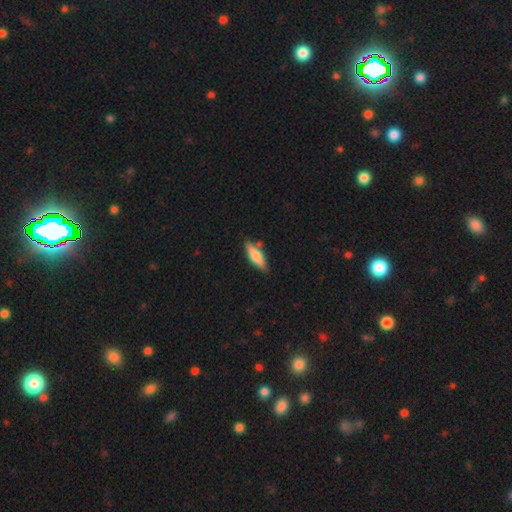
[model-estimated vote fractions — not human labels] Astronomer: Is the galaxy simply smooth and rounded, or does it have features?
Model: smooth — 71%.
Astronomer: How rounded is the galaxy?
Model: cigar-shaped — 57% (runner-up: in between, 41%).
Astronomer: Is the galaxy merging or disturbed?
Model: none — 80%.